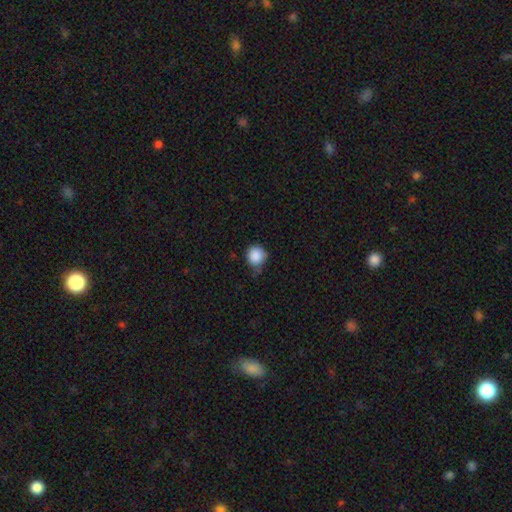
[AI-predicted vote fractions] smooth-or-featured: smooth: 88% | star or artifact: 9% | featured or disk: 4%
  how-rounded: round: 90% | in between: 9% | cigar-shaped: 1%
  merging: none: 56% | minor disturbance: 34% | major disturbance: 7% | merger: 3%